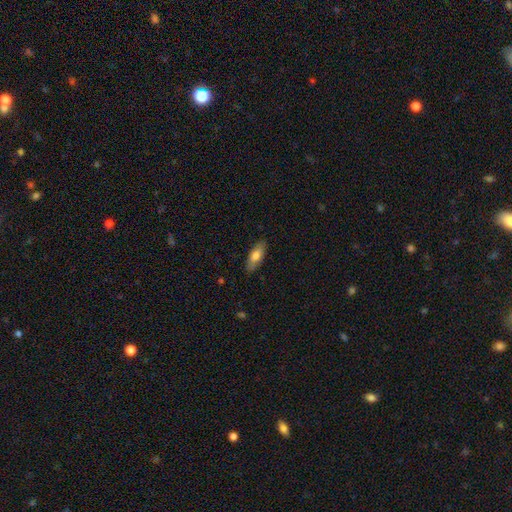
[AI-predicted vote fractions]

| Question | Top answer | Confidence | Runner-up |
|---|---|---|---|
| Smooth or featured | smooth | 73% | featured or disk (21%) |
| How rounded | in between | 72% | cigar-shaped (25%) |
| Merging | none | 86% | minor disturbance (11%) |